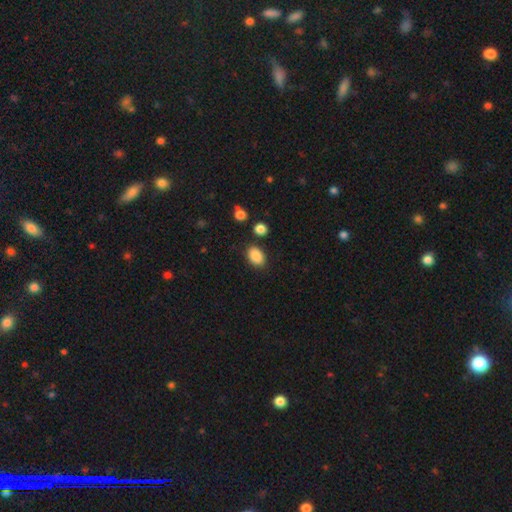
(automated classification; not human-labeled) smooth-or-featured: smooth: 88% | star or artifact: 8% | featured or disk: 4%
  how-rounded: in between: 82% | round: 17% | cigar-shaped: 1%
  merging: none: 80% | minor disturbance: 13% | merger: 4% | major disturbance: 3%